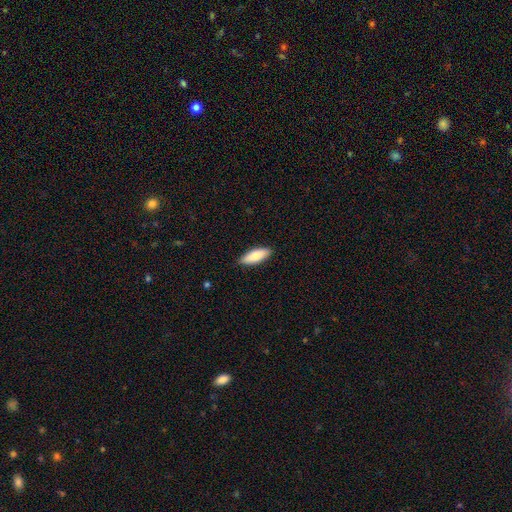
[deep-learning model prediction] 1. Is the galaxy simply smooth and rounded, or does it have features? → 79% smooth, 15% featured or disk, 6% star or artifact.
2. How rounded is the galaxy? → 67% in between, 31% cigar-shaped, 2% round.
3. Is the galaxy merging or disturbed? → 89% none, 9% minor disturbance, 2% major disturbance, 1% merger.